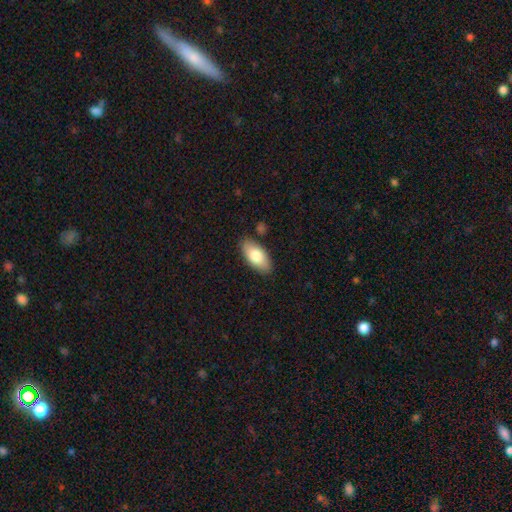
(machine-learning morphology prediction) smooth_or_featured: smooth (p=0.78) [alt: featured or disk p=0.16]
how_rounded: in between (p=0.91) [alt: cigar-shaped p=0.06]
merging: none (p=0.85) [alt: minor disturbance p=0.11]